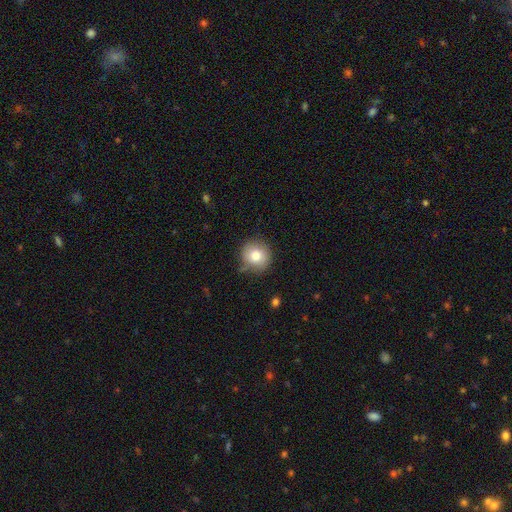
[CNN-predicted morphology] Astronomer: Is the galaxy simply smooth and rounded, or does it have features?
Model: smooth — 79%.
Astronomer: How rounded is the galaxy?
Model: round — 91%.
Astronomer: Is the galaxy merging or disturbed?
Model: none — 78%.